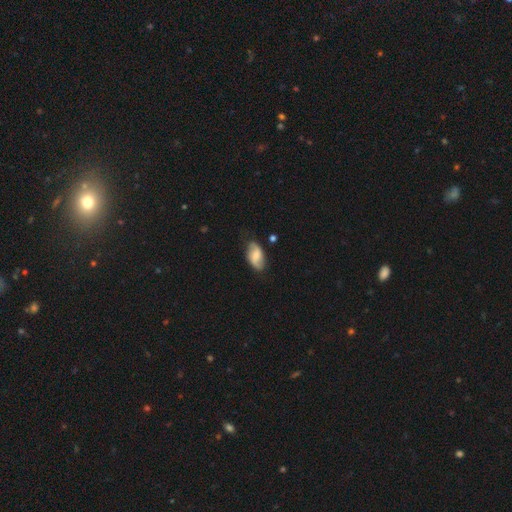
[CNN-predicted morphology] smooth-or-featured: smooth: 49% | featured or disk: 44% | star or artifact: 7%
  merging: none: 72% | minor disturbance: 21% | major disturbance: 5% | merger: 2%